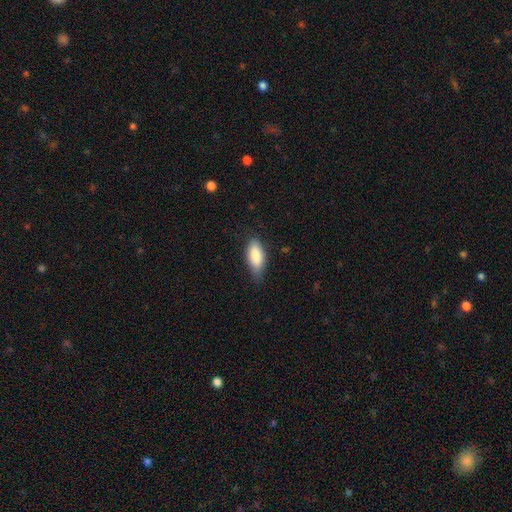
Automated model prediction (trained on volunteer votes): A smooth galaxy with no disk features (85%) that is in between round and cigar-shaped (83%). Merging: none (72%).